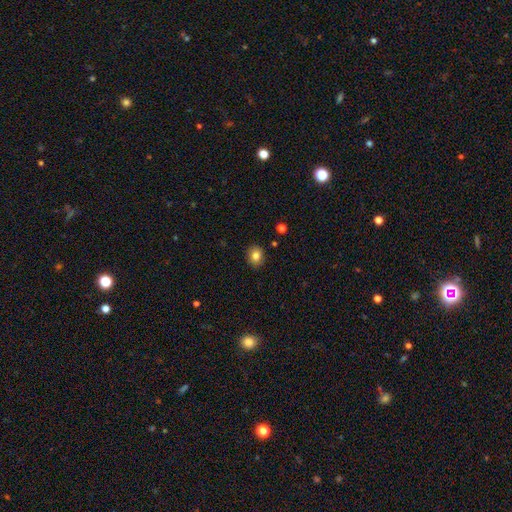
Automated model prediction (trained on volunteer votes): This appears to be a smooth galaxy with no disk features (82%) that is round (67%). Merging: none (89%).